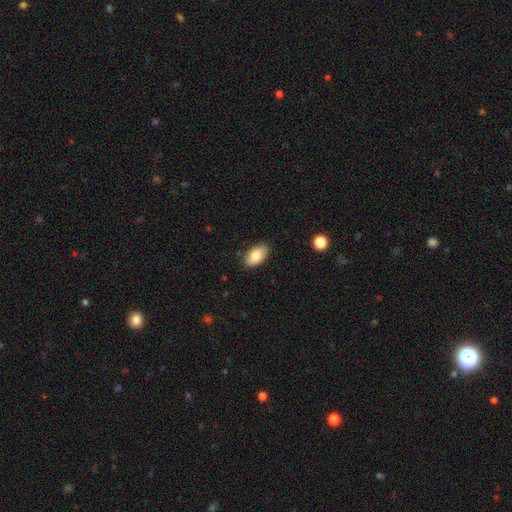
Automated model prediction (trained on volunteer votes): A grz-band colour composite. It shows a smooth galaxy with no disk features (86%) that is in between round and cigar-shaped (94%). Merging: none (84%).